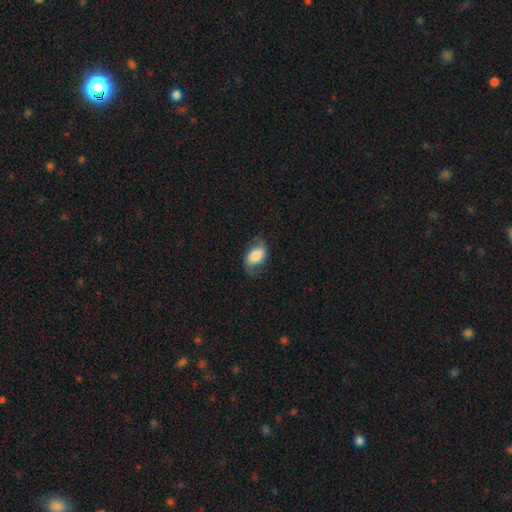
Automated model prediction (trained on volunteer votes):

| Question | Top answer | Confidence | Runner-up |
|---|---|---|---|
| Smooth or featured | smooth | 50% | featured or disk (41%) |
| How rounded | in between | 87% | round (11%) |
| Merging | none | 64% | minor disturbance (22%) |